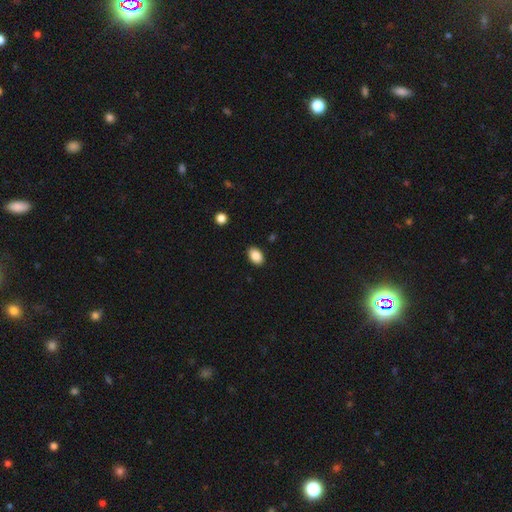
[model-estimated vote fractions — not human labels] A smooth galaxy with no disk features (88%) that is in between round and cigar-shaped (85%).

Vote fractions:
- Smooth or featured? smooth: 88% / star or artifact: 8% / featured or disk: 4%
- How rounded? in between: 85% / round: 14% / cigar-shaped: 1%
- Merging? none: 89% / minor disturbance: 8% / major disturbance: 2% / merger: 1%